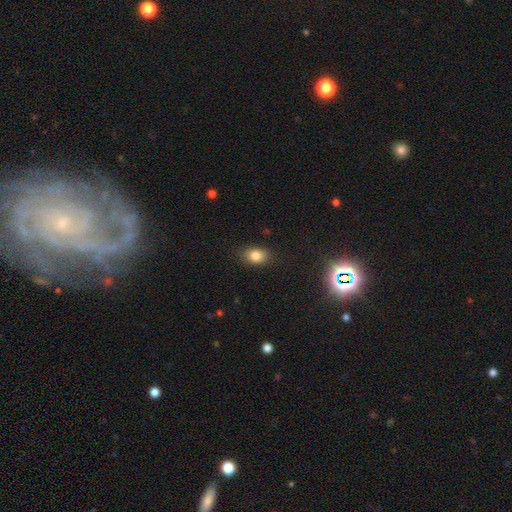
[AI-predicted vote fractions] Smooth or featured? Predicted: smooth (p=0.83). How rounded? Predicted: in between (p=0.76). Merging? Predicted: none (p=0.83).